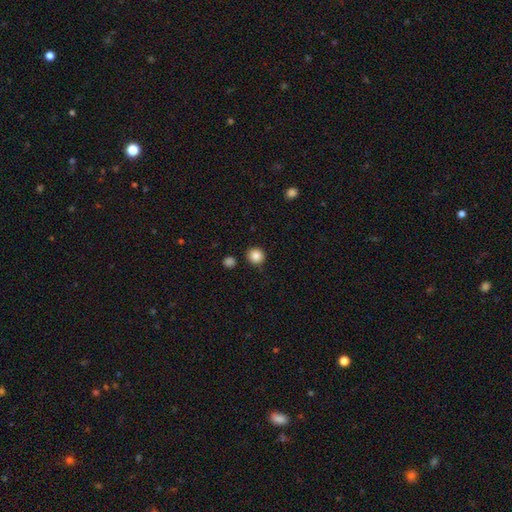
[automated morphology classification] Smooth or featured: smooth — 86% (star or artifact — 10%)
How rounded: round — 93% (in between — 6%)
Merging: none — 89% (minor disturbance — 6%)